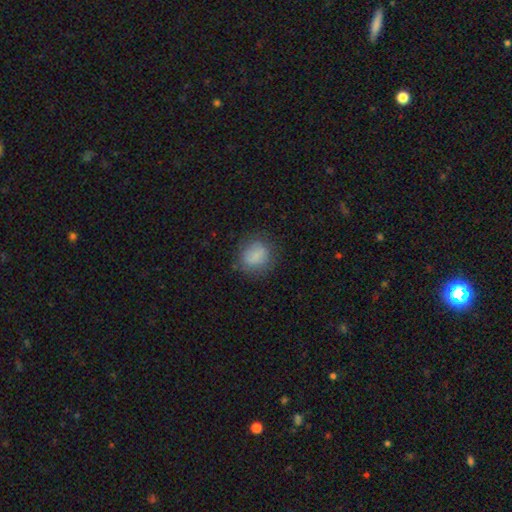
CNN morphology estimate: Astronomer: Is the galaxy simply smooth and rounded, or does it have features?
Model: smooth — 78%.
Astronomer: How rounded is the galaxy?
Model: round — 71%.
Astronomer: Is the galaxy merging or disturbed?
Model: none — 74%.